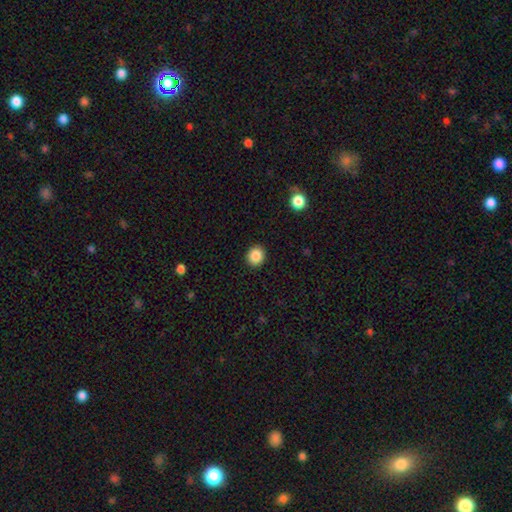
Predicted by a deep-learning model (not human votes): Q: Smooth or featured?
A: smooth (87%); runner-up: star or artifact (9%)
Q: How rounded?
A: round (77%); runner-up: in between (22%)
Q: Merging?
A: none (92%); runner-up: minor disturbance (5%)